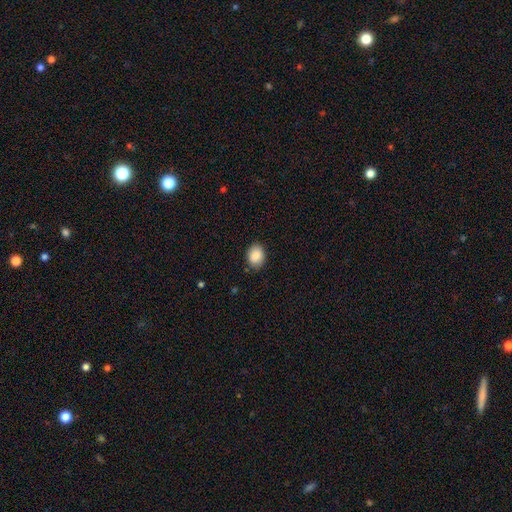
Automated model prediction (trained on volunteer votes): smooth-or-featured: smooth: 88% | star or artifact: 7% | featured or disk: 4%
  how-rounded: in between: 64% | round: 35% | cigar-shaped: 1%
  merging: none: 84% | minor disturbance: 12% | major disturbance: 2% | merger: 1%